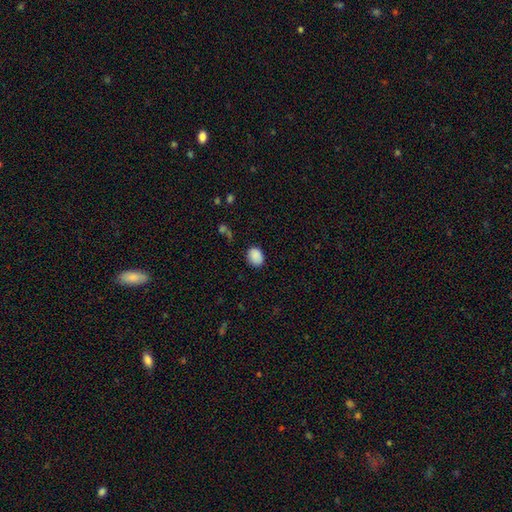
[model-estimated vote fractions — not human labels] A smooth galaxy with no disk features (88%) that is in between round and cigar-shaped (66%). Merging: none (81%).